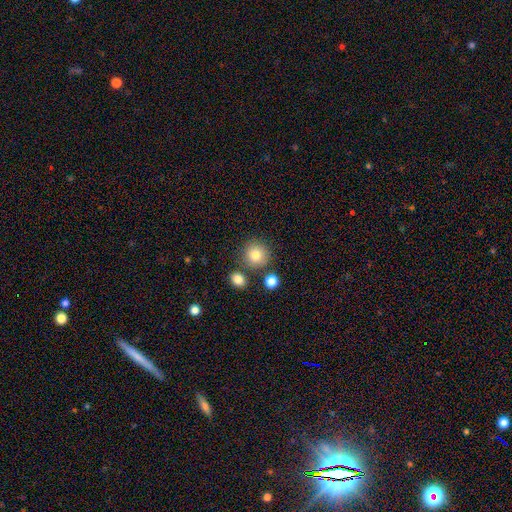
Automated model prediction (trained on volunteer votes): Smooth or featured? smooth (81%)
How rounded? round (91%)
Merging? none (79%)